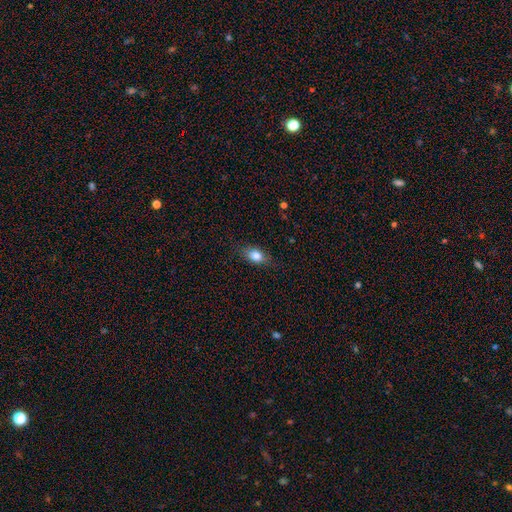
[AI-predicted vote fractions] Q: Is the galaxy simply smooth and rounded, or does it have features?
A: smooth — 81%.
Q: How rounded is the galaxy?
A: in between — 76%.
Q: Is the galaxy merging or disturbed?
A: none — 81%.